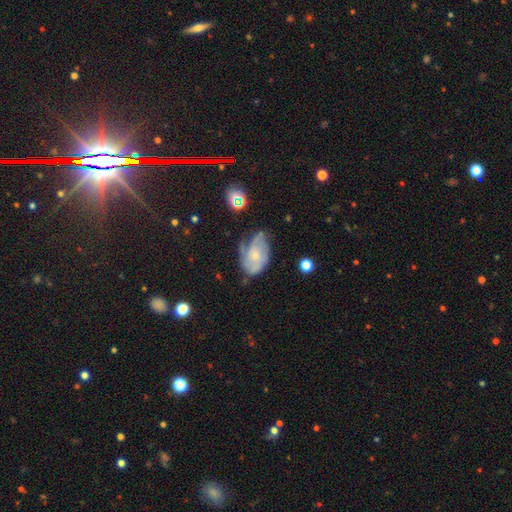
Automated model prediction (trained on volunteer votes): This is likely a featured or disk galaxy (60%). It is clearly not viewed edge-on (96%). Bar: likely no (80%). Spiral arm pattern: likely yes (78%). Central bulge: likely small (66%). Merging: marginally none (39%).